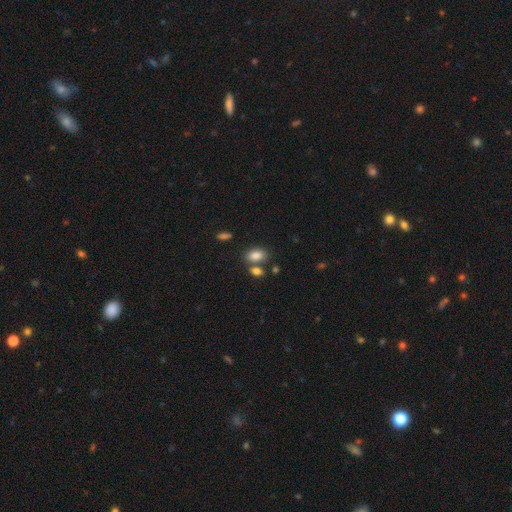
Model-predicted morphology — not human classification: Overall: smooth (85%). How rounded: in between (87%). Merging: none (61%; merger 24%).